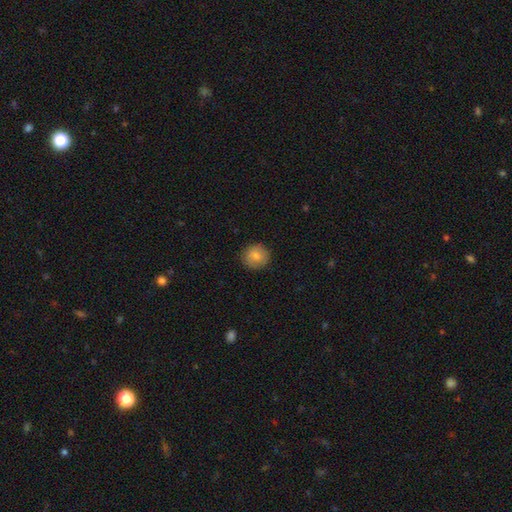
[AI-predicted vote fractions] Q: Smooth or featured?
A: smooth (84%); runner-up: featured or disk (8%)
Q: How rounded?
A: round (90%); runner-up: in between (9%)
Q: Merging?
A: none (89%); runner-up: minor disturbance (8%)